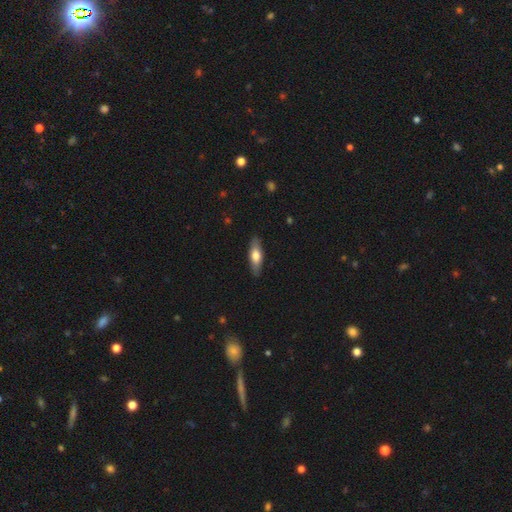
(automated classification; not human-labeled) This is likely a smooth galaxy (63%). How rounded: possibly in between (54%). Merging: clearly none (87%).